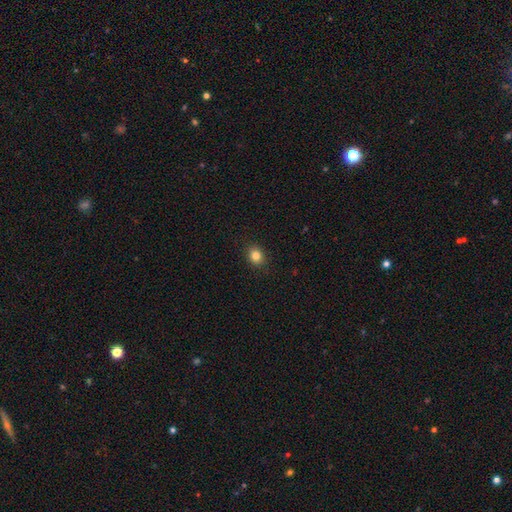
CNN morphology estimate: Smooth or featured?
  - smooth: 83% *
  - star or artifact: 11%
  - featured or disk: 6%
How rounded?
  - round: 60% *
  - in between: 39%
  - cigar-shaped: 1%
Merging?
  - none: 90% *
  - minor disturbance: 7%
  - major disturbance: 2%
  - merger: 1%